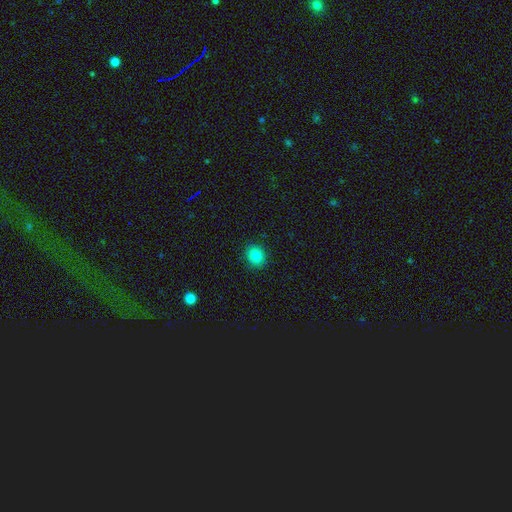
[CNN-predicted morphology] The model was most divided on "how rounded": round: 78%, in between: 21%, cigar-shaped: 1%. More confident: merging — none (91%); smooth or featured — smooth (83%).